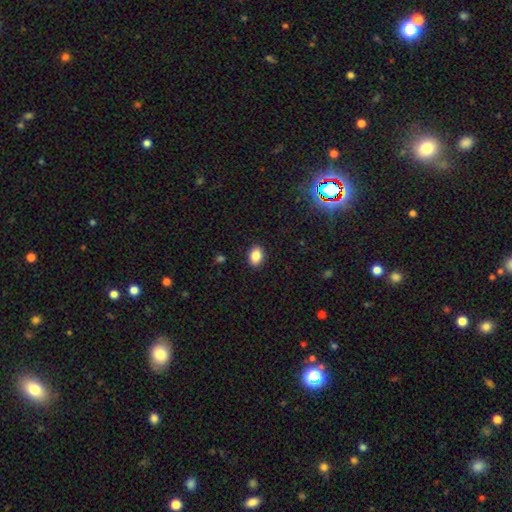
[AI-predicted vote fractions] A smooth galaxy with no disk features (86%) that is in between round and cigar-shaped (71%). Merging: none (90%).